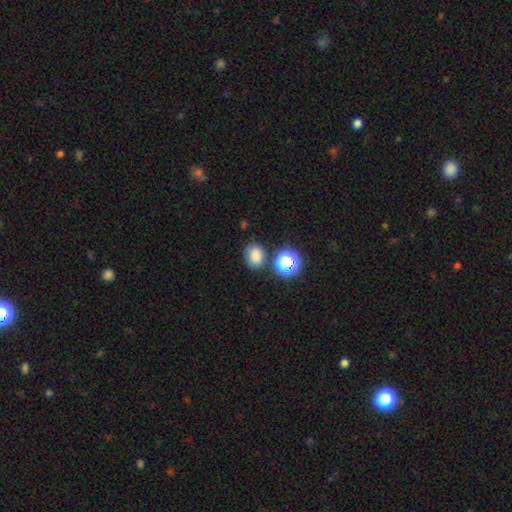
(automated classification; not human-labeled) smooth_or_featured: smooth (p=0.78) [alt: star or artifact p=0.16]
how_rounded: in between (p=0.54) [alt: round p=0.45]
merging: none (p=0.76) [alt: minor disturbance p=0.13]